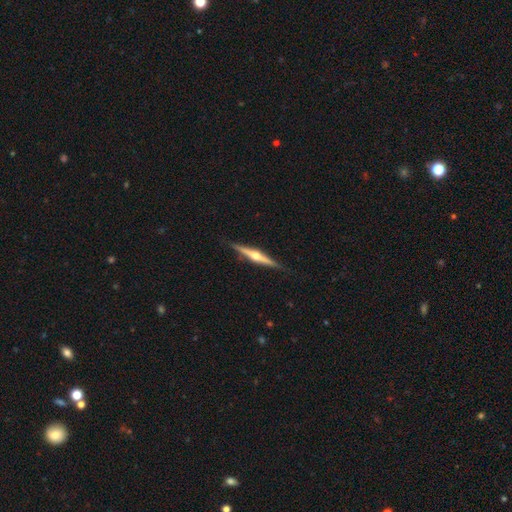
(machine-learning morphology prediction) This is likely a featured or disk galaxy (79%). It is clearly viewed edge-on (98%). Edge-on bulge: clearly rounded (94%). Merging: clearly none (90%).